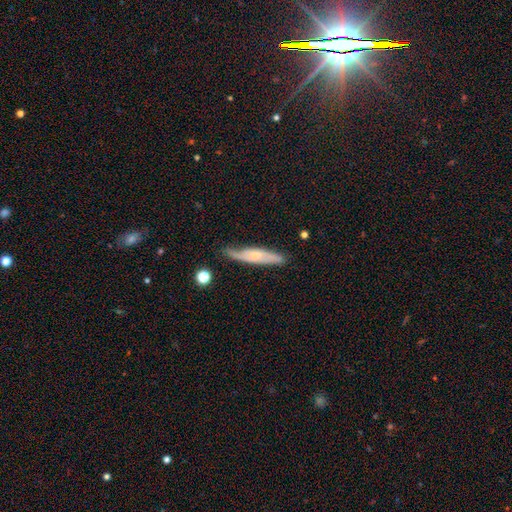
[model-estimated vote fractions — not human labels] A featured or disk galaxy (52%) viewed edge-on (57%).

Vote fractions:
- Smooth or featured? featured or disk: 52% / smooth: 41% / star or artifact: 7%
- Edge-on disk? yes: 57% / no: 43%
- Merging? none: 69% / minor disturbance: 23% / major disturbance: 5% / merger: 2%